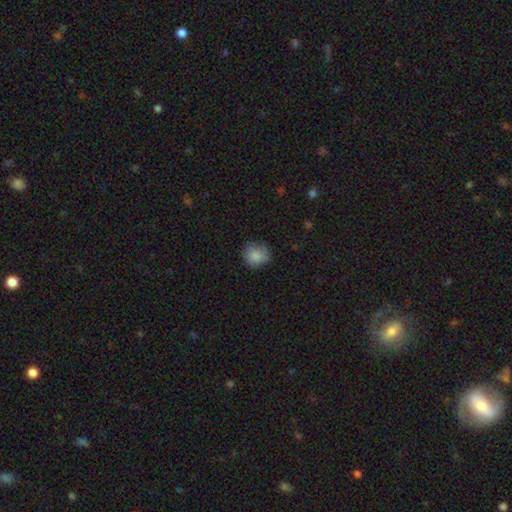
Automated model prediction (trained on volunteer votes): Q: Smooth or featured?
A: smooth (86%); runner-up: star or artifact (8%)
Q: How rounded?
A: round (85%); runner-up: in between (14%)
Q: Merging?
A: none (77%); runner-up: minor disturbance (18%)